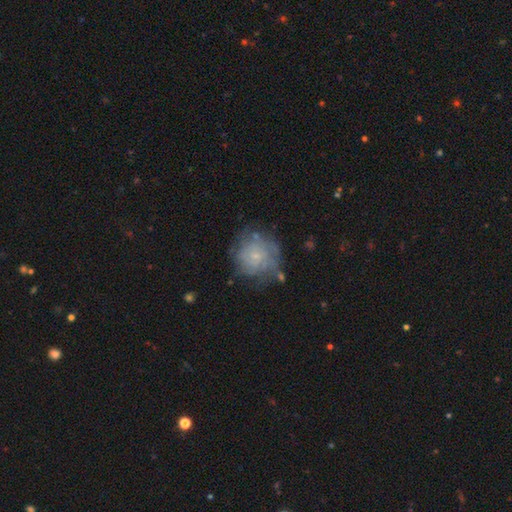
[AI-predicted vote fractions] The model was most divided on "smooth or featured": featured or disk: 50%, smooth: 41%, star or artifact: 10%. More confident: merging — none (59%).